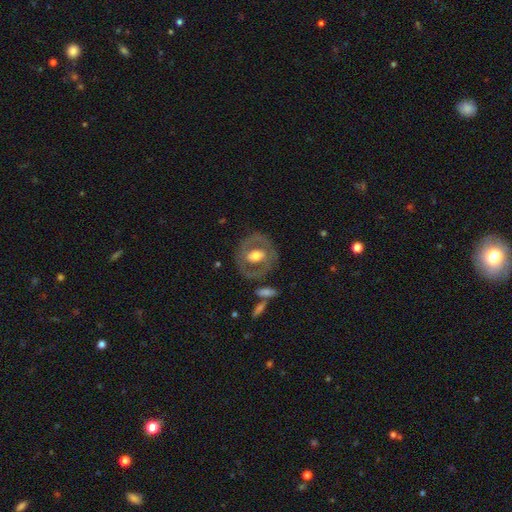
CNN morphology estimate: A featured or disk galaxy (63%) with no bar (45%), no spiral arms (70%) and a moderate central bulge (68%).

Vote fractions:
- Smooth or featured? featured or disk: 63% / smooth: 31% / star or artifact: 6%
- Edge-on disk? no: 94% / yes: 6%
- Bar? no: 45% / weak: 32% / strong: 23%
- Spiral arms? no: 70% / yes: 30%
- Bulge size? moderate: 68% / large: 19% / small: 11% / dominant: 1% / none: 1%
- Merging? none: 76% / minor disturbance: 14% / major disturbance: 8% / merger: 3%